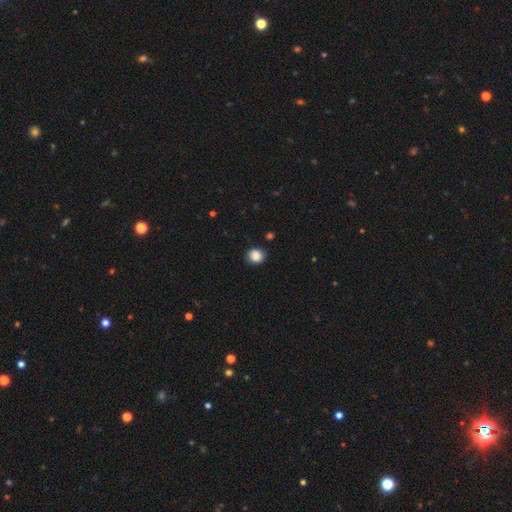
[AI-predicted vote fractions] Smooth or featured? Predicted: smooth (p=0.86). How rounded? Predicted: round (p=0.73). Merging? Predicted: none (p=0.81).